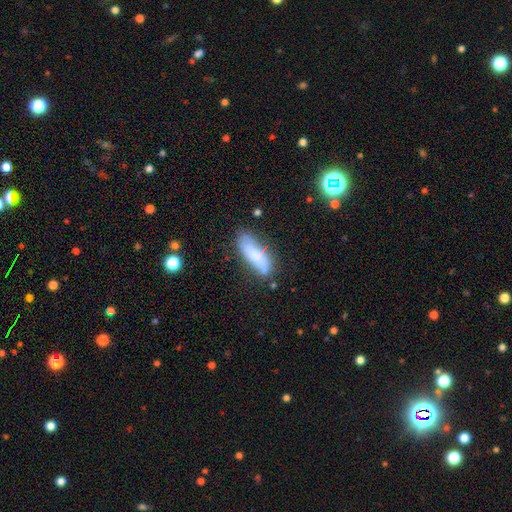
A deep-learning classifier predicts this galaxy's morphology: smooth-or-featured: smooth: 74% | featured or disk: 19% | star or artifact: 8%
  how-rounded: in between: 51% | cigar-shaped: 47% | round: 2%
  merging: none: 66% | minor disturbance: 23% | major disturbance: 7% | merger: 5%